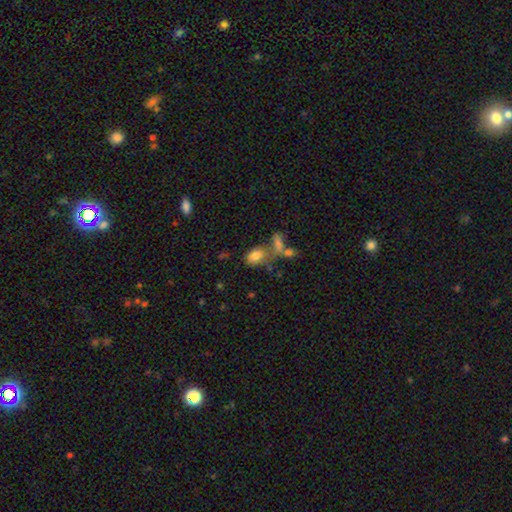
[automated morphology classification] Overall: smooth (79%). How rounded: in between (81%). Merging: none (49%; merger 29%).